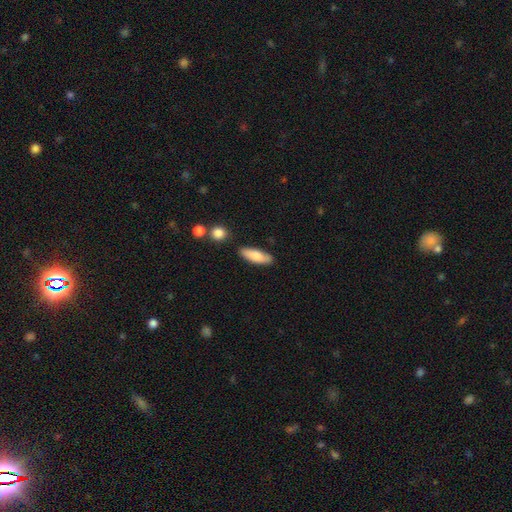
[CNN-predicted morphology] Smooth or featured: smooth — 78% (featured or disk — 16%)
How rounded: in between — 57% (cigar-shaped — 41%)
Merging: none — 79% (minor disturbance — 14%)